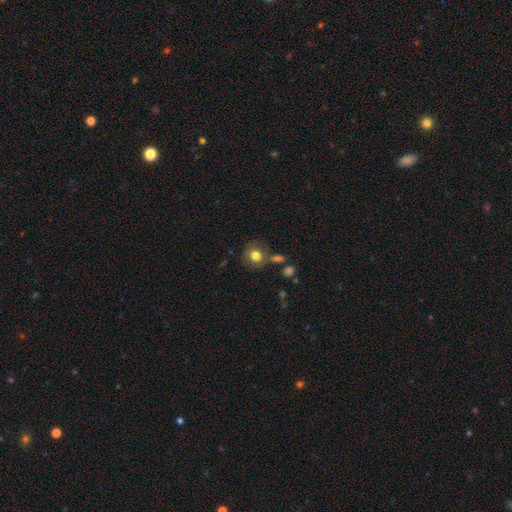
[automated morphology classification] Smooth or featured?
  - smooth: 78% *
  - featured or disk: 12%
  - star or artifact: 10%
How rounded?
  - round: 80% *
  - in between: 19%
  - cigar-shaped: 1%
Merging?
  - none: 69% *
  - minor disturbance: 15%
  - merger: 10%
  - major disturbance: 6%